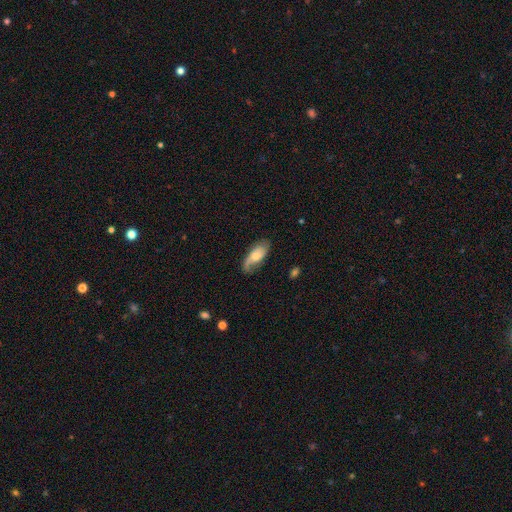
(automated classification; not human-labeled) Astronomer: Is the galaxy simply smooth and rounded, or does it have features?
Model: featured or disk — 55% (runner-up: smooth, 39%).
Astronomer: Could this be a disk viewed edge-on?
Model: no — 88%.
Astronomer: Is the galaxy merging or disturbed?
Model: none — 65%.